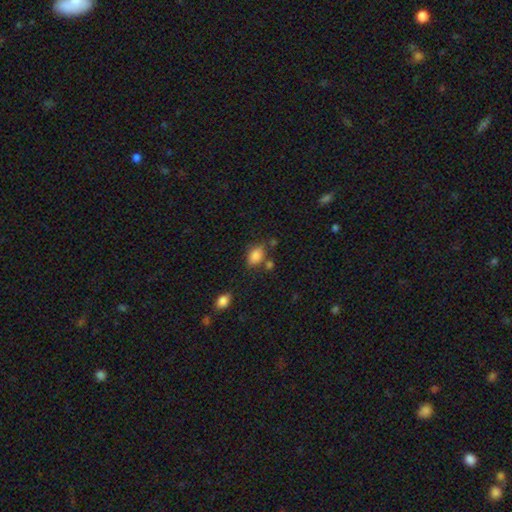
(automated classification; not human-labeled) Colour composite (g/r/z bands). It shows a smooth galaxy with no disk features (84%) that is in between round and cigar-shaped (80%). Merging: none (64%).